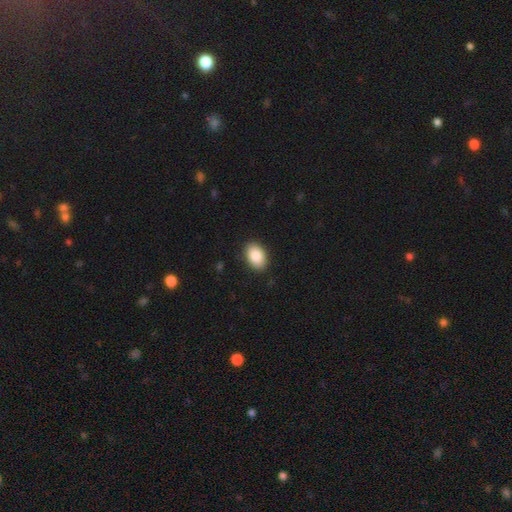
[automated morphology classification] This is clearly a smooth galaxy (88%). How rounded: clearly in between (89%). Merging: clearly none (89%).